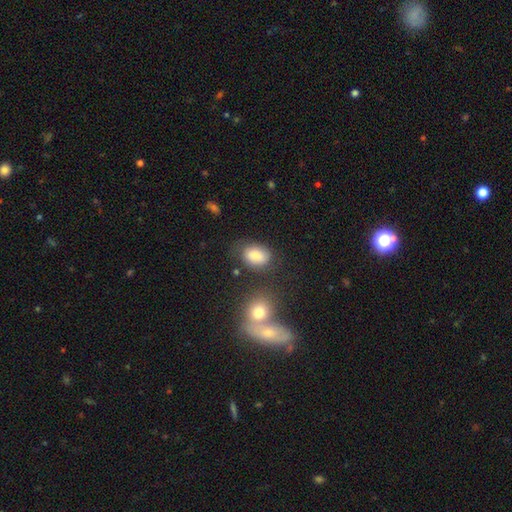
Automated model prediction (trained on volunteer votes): Smooth or featured? Predicted: smooth (p=0.82). How rounded? Predicted: in between (p=0.77). Merging? Predicted: none (p=0.67).